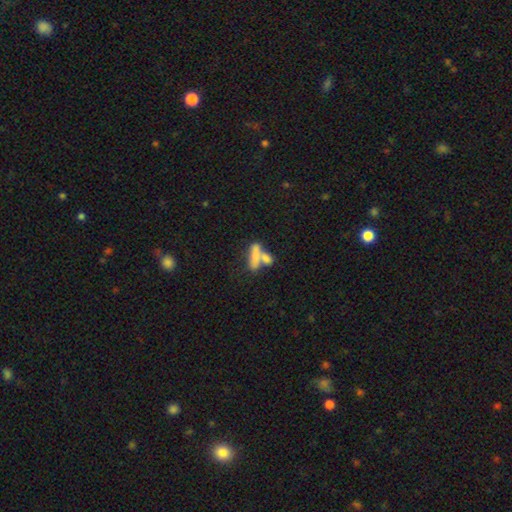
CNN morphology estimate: This is likely a smooth galaxy (70%). How rounded: possibly in between (48%). Merging: possibly merger (56%).